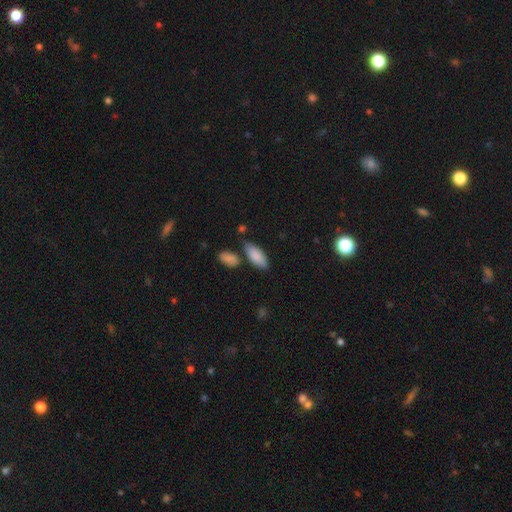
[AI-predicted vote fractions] smooth-or-featured: smooth: 87% | featured or disk: 7% | star or artifact: 6%
  how-rounded: in between: 85% | cigar-shaped: 13% | round: 2%
  merging: none: 73% | minor disturbance: 14% | merger: 10% | major disturbance: 3%